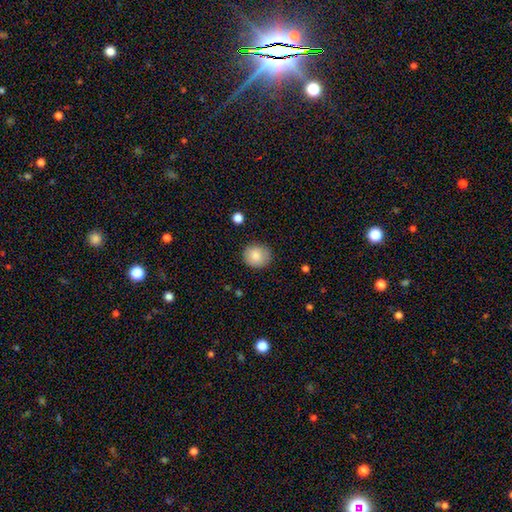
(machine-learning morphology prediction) Q: Smooth or featured?
A: smooth (85%); runner-up: star or artifact (8%)
Q: How rounded?
A: round (83%); runner-up: in between (16%)
Q: Merging?
A: none (86%); runner-up: minor disturbance (11%)